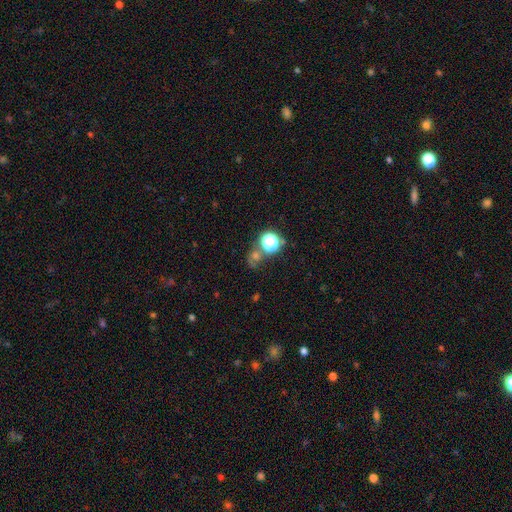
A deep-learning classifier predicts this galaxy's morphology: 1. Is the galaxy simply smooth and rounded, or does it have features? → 51% star or artifact, 36% smooth, 13% featured or disk.